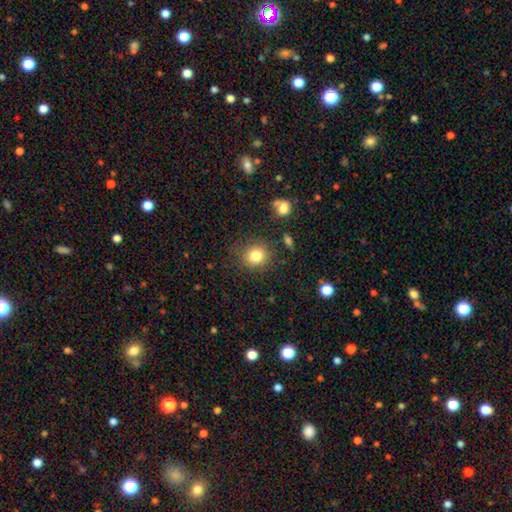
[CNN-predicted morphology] The model was most divided on "how rounded": round: 85%, in between: 15%, cigar-shaped: 1%. More confident: merging — none (83%); smooth or featured — smooth (82%).